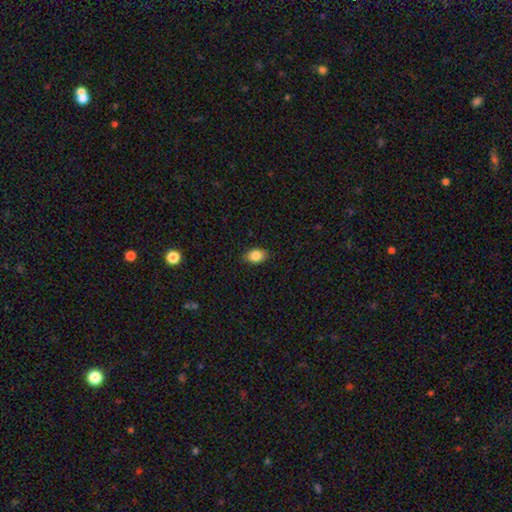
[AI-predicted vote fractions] Smooth or featured? Predicted: smooth (p=0.85). How rounded? Predicted: in between (p=0.82). Merging? Predicted: none (p=0.85).